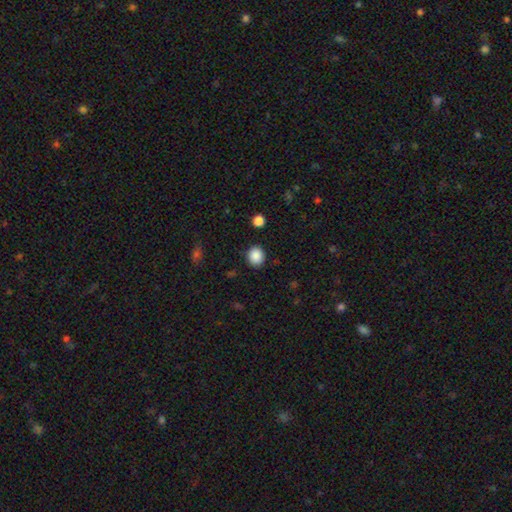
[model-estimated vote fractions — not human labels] smooth_or_featured: smooth (p=0.87) [alt: star or artifact p=0.09]
how_rounded: round (p=0.76) [alt: in between p=0.24]
merging: none (p=0.88) [alt: minor disturbance p=0.07]